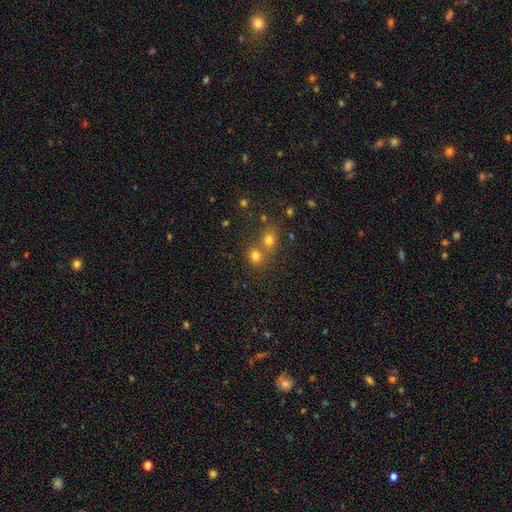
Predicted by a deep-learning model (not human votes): Morphology: type=smooth (74%); roundness=round (77%); merging=merger (48%).